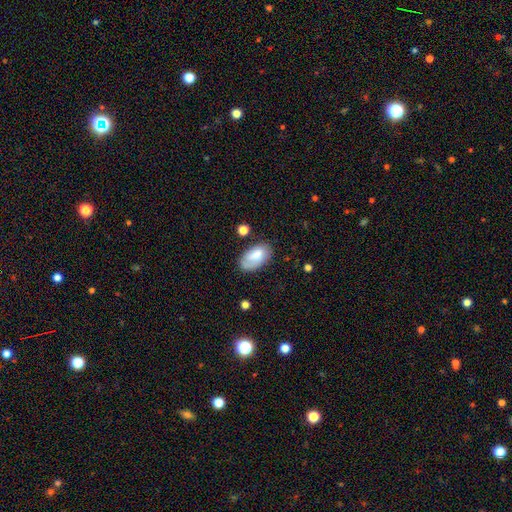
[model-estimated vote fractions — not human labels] Smooth or featured?
  - smooth: 71% *
  - featured or disk: 21%
  - star or artifact: 7%
How rounded?
  - in between: 94% *
  - round: 4%
  - cigar-shaped: 2%
Merging?
  - none: 66% *
  - minor disturbance: 22%
  - major disturbance: 7%
  - merger: 4%